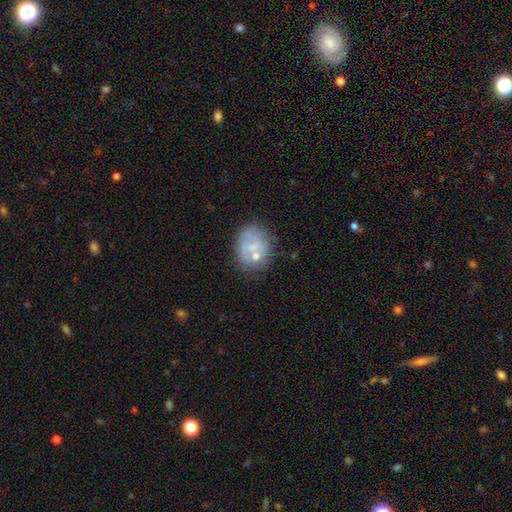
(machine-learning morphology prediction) A smooth galaxy with no disk features (44%).

Vote fractions:
- Smooth or featured? smooth: 44% / featured or disk: 42% / star or artifact: 14%
- Merging? none: 58% / minor disturbance: 22% / major disturbance: 10% / merger: 10%